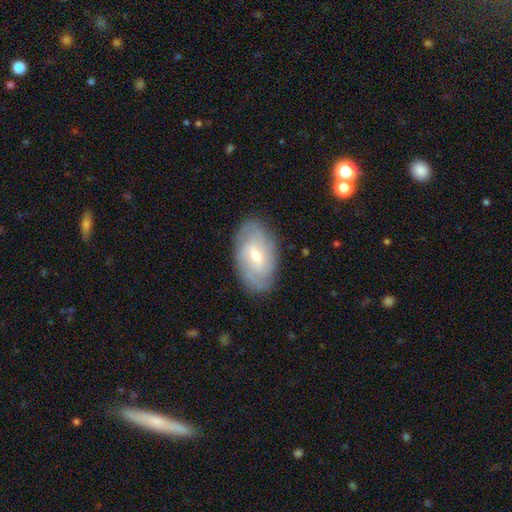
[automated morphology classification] smooth_or_featured: featured or disk (p=0.68) [alt: smooth p=0.26]
disk_edge_on: no (p=0.94) [alt: yes p=0.06]
bar: weak (p=0.50) [alt: no p=0.37]
has_spiral_arms: yes (p=0.84) [alt: no p=0.16]
spiral_winding: tight (p=0.58) [alt: medium p=0.30]
spiral_arm_count: can't tell (p=0.44) [alt: 2 p=0.26]
bulge_size: small (p=0.52) [alt: moderate p=0.45]
merging: none (p=0.83) [alt: minor disturbance p=0.13]